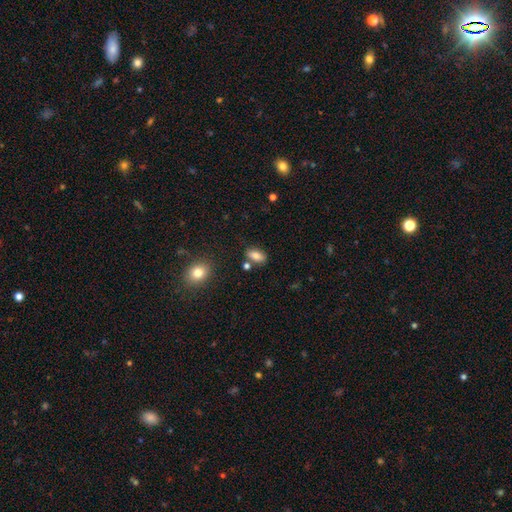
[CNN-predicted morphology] Overall: smooth (82%). How rounded: in between (88%). Merging: none (76%).